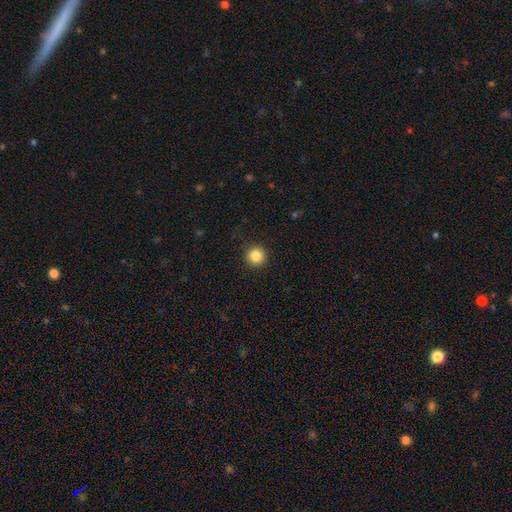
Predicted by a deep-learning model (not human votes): Q: Smooth or featured?
A: smooth (85%); runner-up: star or artifact (11%)
Q: How rounded?
A: round (95%); runner-up: in between (4%)
Q: Merging?
A: none (91%); runner-up: minor disturbance (6%)